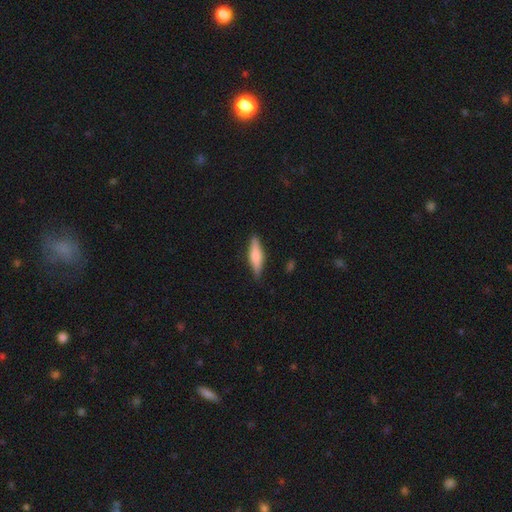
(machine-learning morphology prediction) Overall: smooth (63%; featured or disk 31%). How rounded: cigar-shaped (68%; in between 29%). Merging: none (86%).